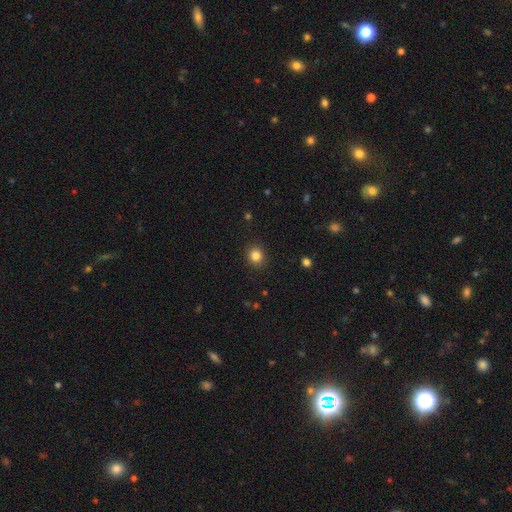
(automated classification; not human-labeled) Smooth or featured? smooth (84%)
How rounded? round (84%)
Merging? none (90%)